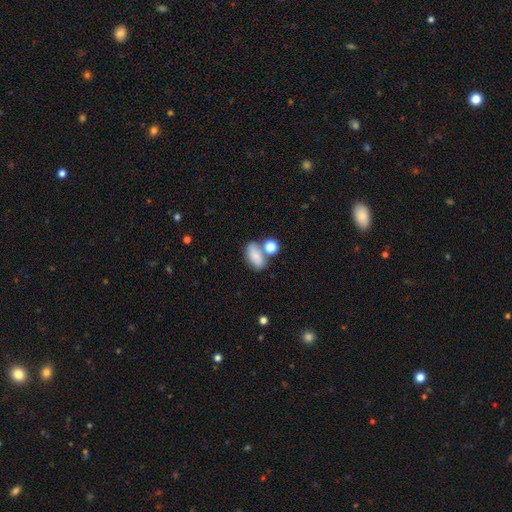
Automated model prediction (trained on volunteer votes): This appears to be a smooth galaxy with no disk features (79%) that is in between round and cigar-shaped (85%). Merging: none (52%).